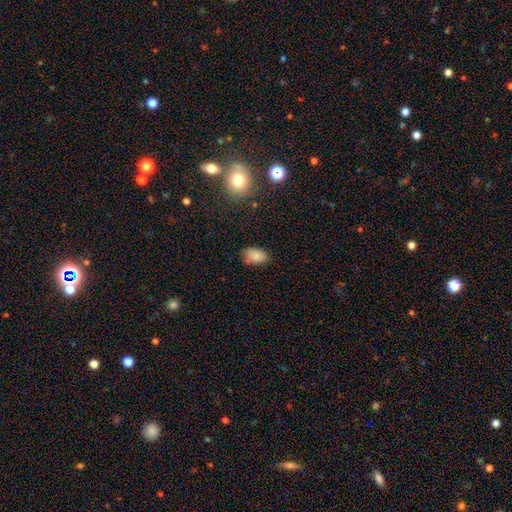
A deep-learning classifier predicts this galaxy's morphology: This is clearly a smooth galaxy (85%). How rounded: clearly in between (89%). Merging: likely none (76%).